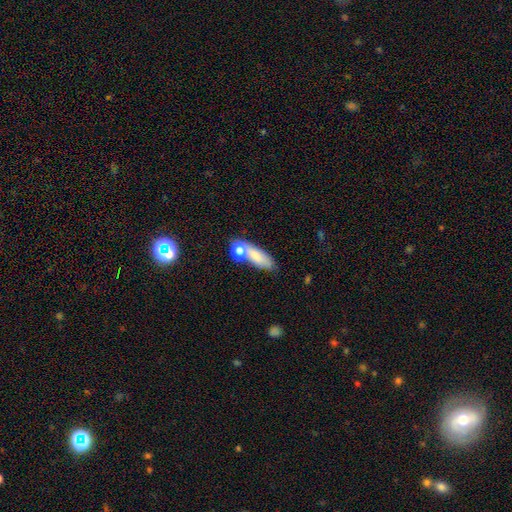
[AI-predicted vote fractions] smooth_or_featured: smooth (p=0.74) [alt: featured or disk p=0.17]
how_rounded: in between (p=0.64) [alt: cigar-shaped p=0.27]
merging: merger (p=0.44) [alt: none p=0.36]